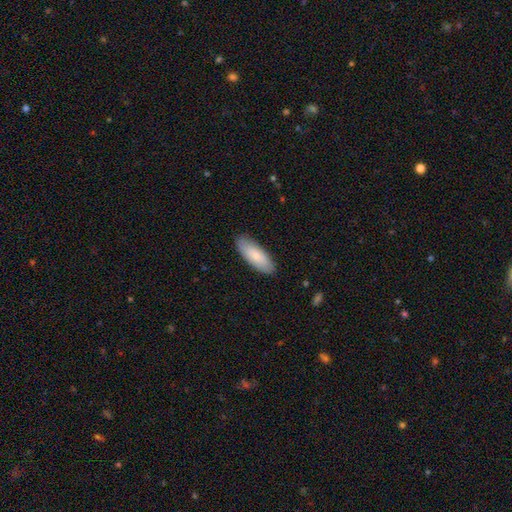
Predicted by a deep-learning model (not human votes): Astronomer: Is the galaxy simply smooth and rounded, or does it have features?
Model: smooth — 75%.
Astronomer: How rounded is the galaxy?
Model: in between — 74%.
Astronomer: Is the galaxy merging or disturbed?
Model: none — 87%.